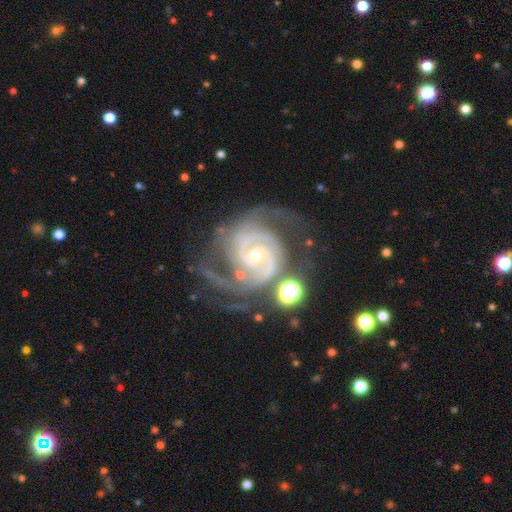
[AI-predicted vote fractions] Smooth or featured: featured or disk — 92% (star or artifact — 5%)
Edge-on disk: no — 98% (yes — 2%)
Bar: no — 55% (weak — 32%)
Spiral arms: yes — 99% (no — 1%)
Spiral winding: tight — 67% (medium — 29%)
Spiral arm count: 2 — 52% (3 — 23%)
Bulge size: small — 55% (moderate — 41%)
Merging: none — 57% (minor disturbance — 21%)